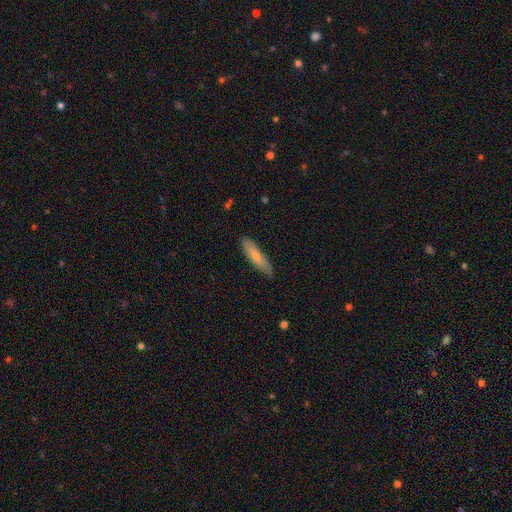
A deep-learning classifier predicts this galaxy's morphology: The model was most divided on "how rounded": cigar-shaped: 68%, in between: 30%, round: 2%. More confident: merging — none (80%); smooth or featured — smooth (73%).